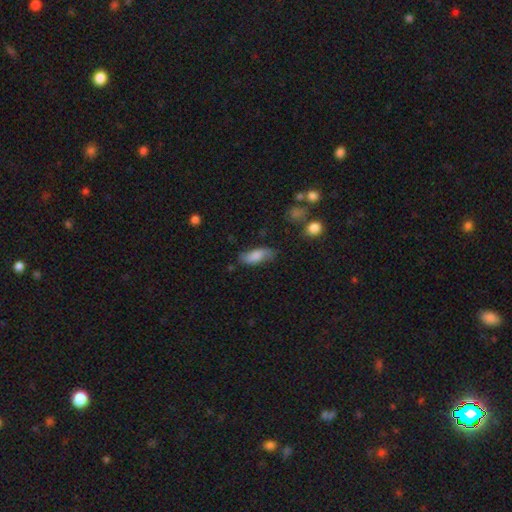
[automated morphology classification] smooth_or_featured: smooth (p=0.69) [alt: featured or disk p=0.23]
how_rounded: in between (p=0.77) [alt: cigar-shaped p=0.20]
merging: none (p=0.66) [alt: minor disturbance p=0.24]